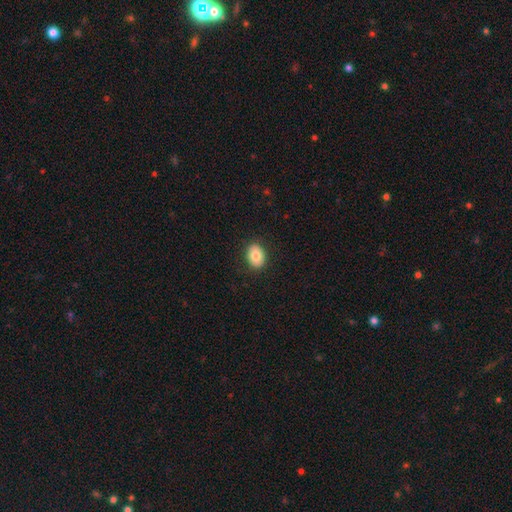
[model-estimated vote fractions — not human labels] Smooth or featured?
  - smooth: 80% *
  - featured or disk: 12%
  - star or artifact: 8%
How rounded?
  - in between: 71% *
  - round: 28%
  - cigar-shaped: 1%
Merging?
  - none: 88% *
  - minor disturbance: 9%
  - major disturbance: 2%
  - merger: 1%